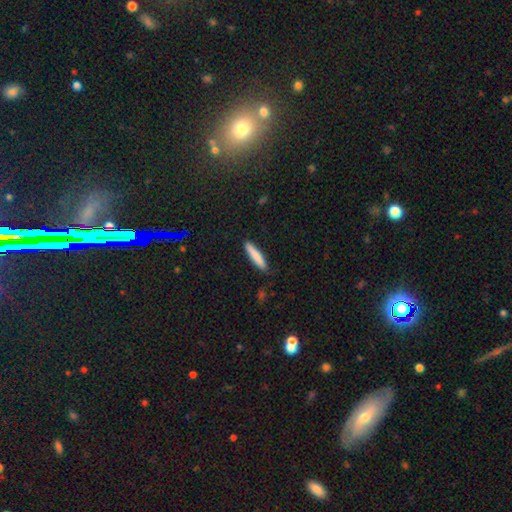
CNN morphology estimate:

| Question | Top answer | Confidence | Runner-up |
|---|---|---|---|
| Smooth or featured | smooth | 80% | featured or disk (14%) |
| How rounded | cigar-shaped | 90% | in between (9%) |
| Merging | none | 85% | minor disturbance (11%) |